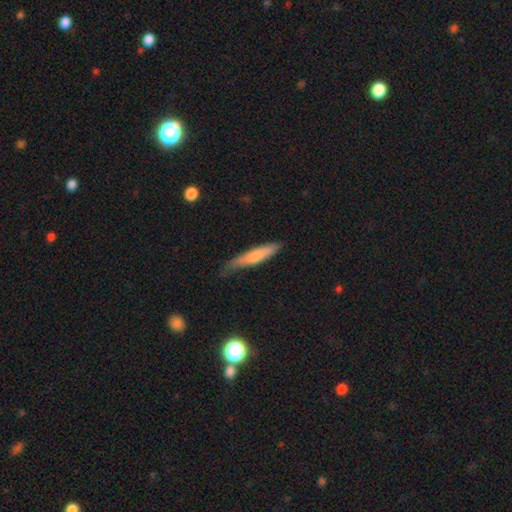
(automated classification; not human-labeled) Overall: smooth (68%). How rounded: cigar-shaped (88%). Merging: none (65%; minor disturbance 28%).